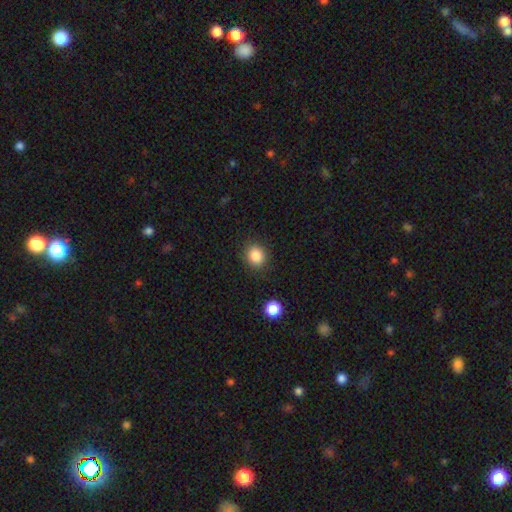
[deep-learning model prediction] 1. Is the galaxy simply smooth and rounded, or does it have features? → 86% smooth, 10% star or artifact, 4% featured or disk.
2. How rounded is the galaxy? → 78% round, 21% in between, 1% cigar-shaped.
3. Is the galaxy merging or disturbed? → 88% none, 8% minor disturbance, 3% major disturbance, 2% merger.